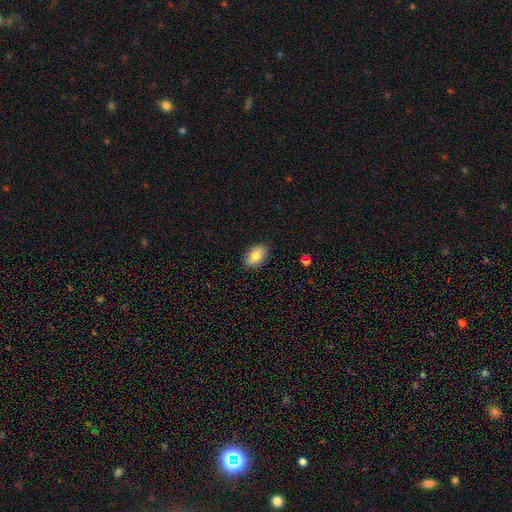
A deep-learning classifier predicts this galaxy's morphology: smooth_or_featured: smooth (p=0.88) [alt: star or artifact p=0.07]
how_rounded: in between (p=0.93) [alt: round p=0.05]
merging: none (p=0.87) [alt: minor disturbance p=0.10]